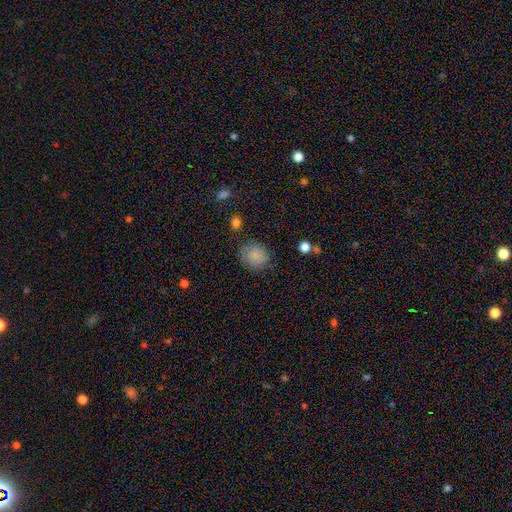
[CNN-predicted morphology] A smooth galaxy with no disk features (84%) that is round (70%). Merging: none (77%).